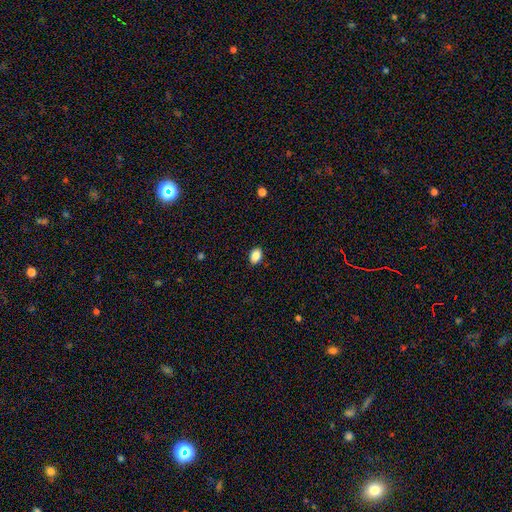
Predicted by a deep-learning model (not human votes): Smooth or featured: smooth — 88% (star or artifact — 9%)
How rounded: in between — 80% (round — 19%)
Merging: none — 88% (minor disturbance — 9%)